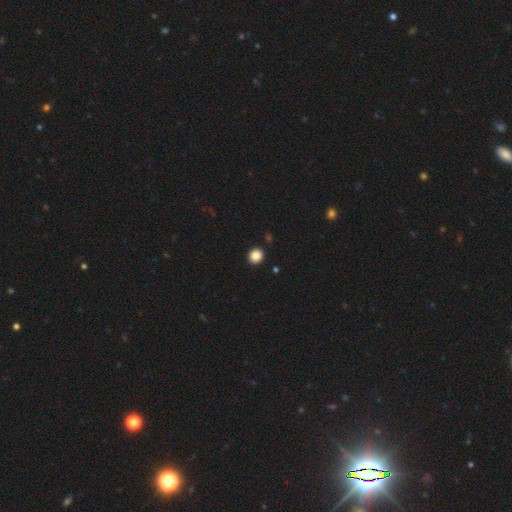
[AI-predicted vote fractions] A smooth galaxy with no disk features (87%) that is round (86%). Merging: none (92%).